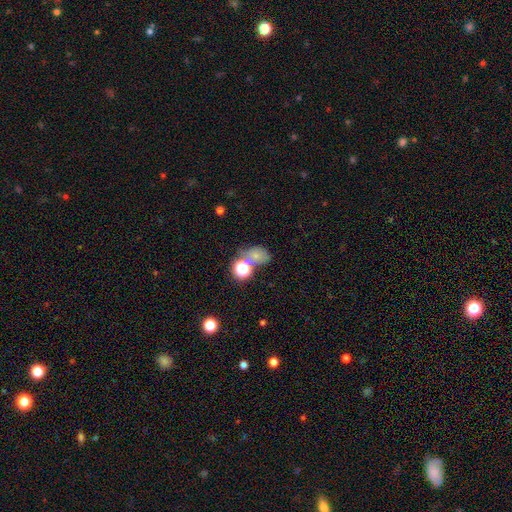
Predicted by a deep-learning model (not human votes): Q: Smooth or featured?
A: smooth (63%); runner-up: star or artifact (25%)
Q: How rounded?
A: in between (57%); runner-up: round (41%)
Q: Merging?
A: none (43%); runner-up: merger (30%)